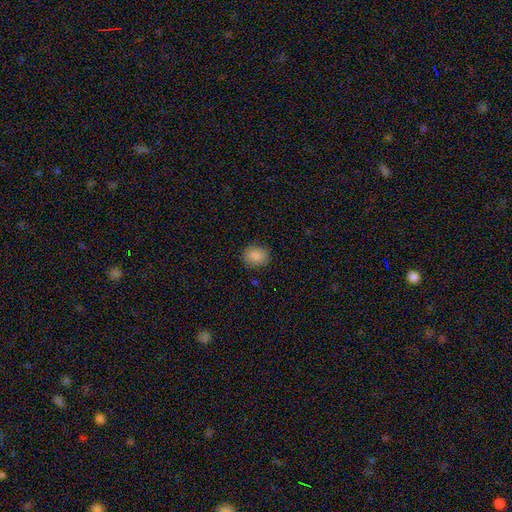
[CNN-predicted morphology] Smooth or featured? smooth (87%)
How rounded? round (56%)
Merging? none (86%)